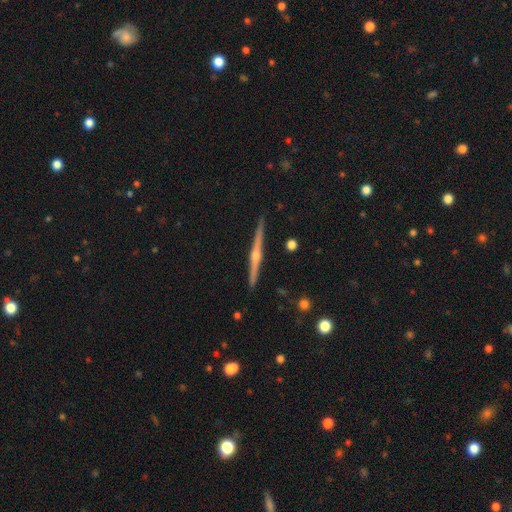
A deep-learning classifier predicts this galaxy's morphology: The model was most divided on "smooth or featured": featured or disk: 83%, smooth: 12%, star or artifact: 5%. More confident: edge-on disk — yes (99%); merging — none (91%); edge-on bulge — rounded (90%).